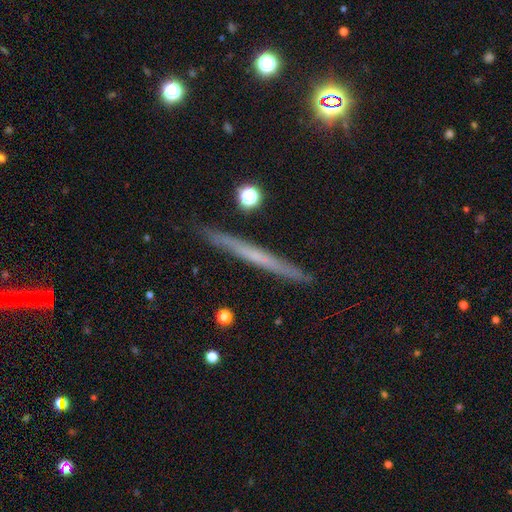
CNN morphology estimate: Overall: featured or disk (52%; smooth 39%). Edge-on disk: yes (96%). Edge-on bulge: none (86%). Merging: none (91%).